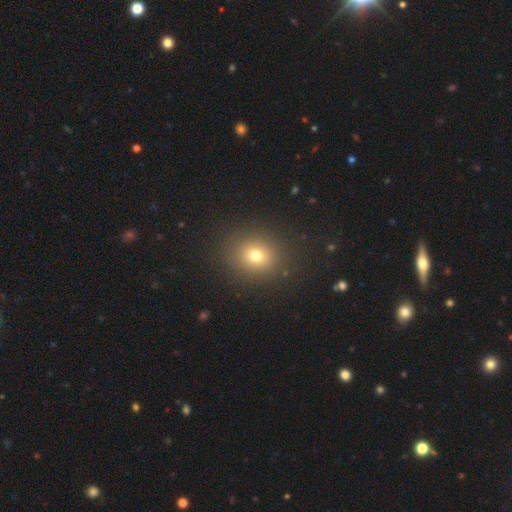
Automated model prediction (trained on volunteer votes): smooth_or_featured: smooth (p=0.73) [alt: star or artifact p=0.18]
how_rounded: round (p=0.78) [alt: in between p=0.21]
merging: none (p=0.89) [alt: minor disturbance p=0.06]